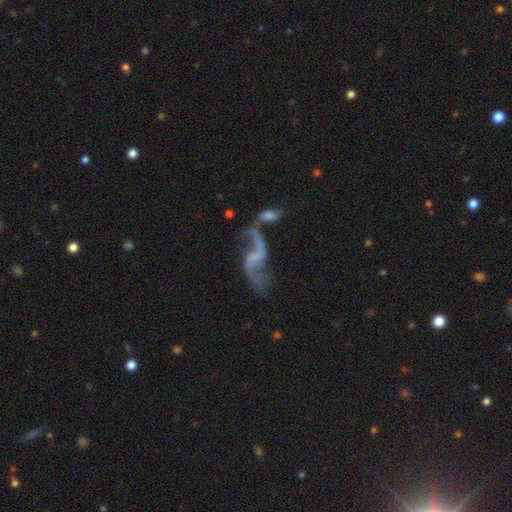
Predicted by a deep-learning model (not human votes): The model was most divided on "bar": weak: 42%, no: 39%, strong: 19%. Remaining: edge-on disk — no (95%); spiral arms — yes (91%); spiral arm count — 2 (90%); spiral winding — loose (87%); smooth or featured — featured or disk (84%); bulge size — none (56%); merging — none (39%).